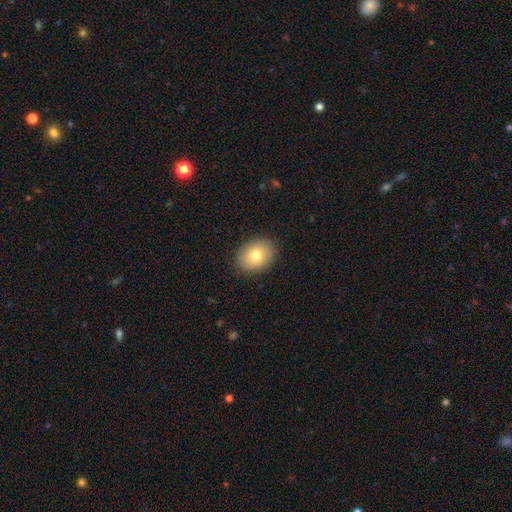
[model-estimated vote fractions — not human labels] Morphology: type=smooth (78%); roundness=in between (58%); merging=none (88%).